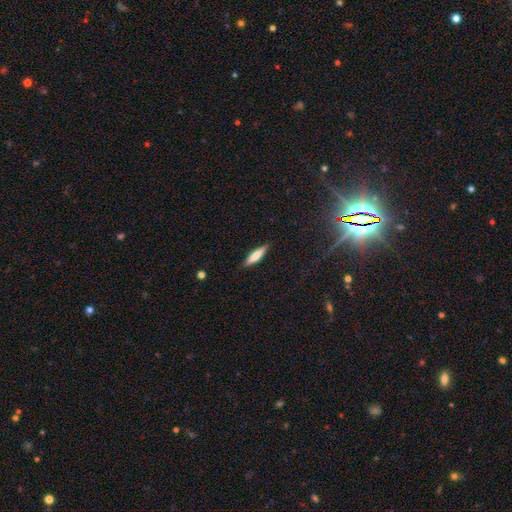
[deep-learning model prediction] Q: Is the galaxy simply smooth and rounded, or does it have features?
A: smooth — 74%.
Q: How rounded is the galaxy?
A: cigar-shaped — 79%.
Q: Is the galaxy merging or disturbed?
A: none — 88%.